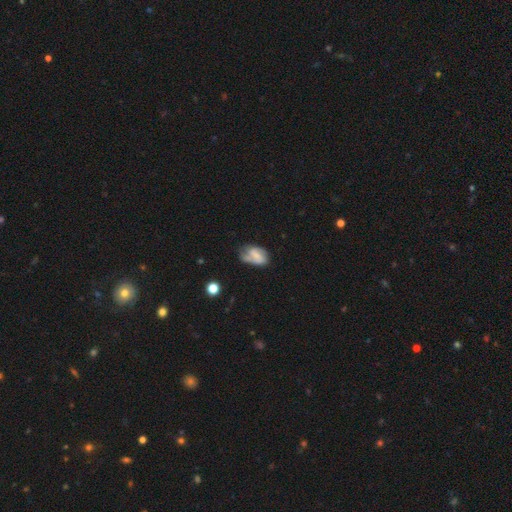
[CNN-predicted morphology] smooth_or_featured: smooth (p=0.49) [alt: featured or disk p=0.42]
merging: minor disturbance (p=0.35) [alt: none p=0.34]